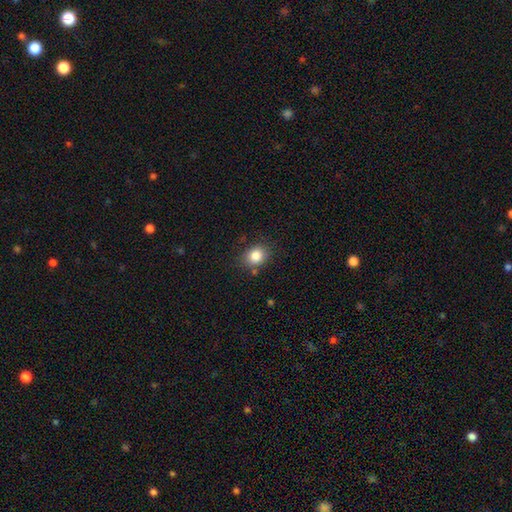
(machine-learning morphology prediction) The model was most divided on "how rounded": round: 59%, in between: 41%, cigar-shaped: 1%. More confident: smooth or featured — smooth (84%); merging — none (79%).